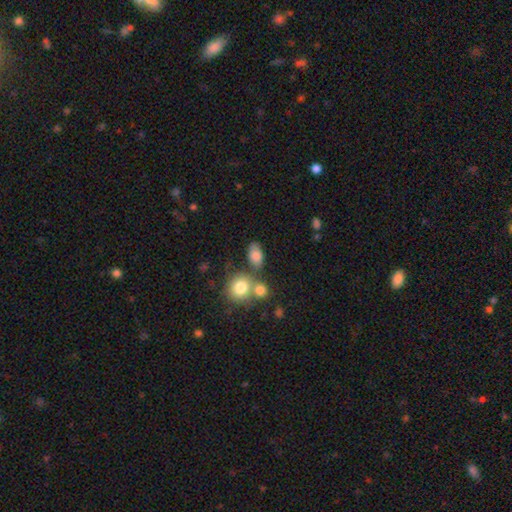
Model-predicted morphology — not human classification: This is clearly a smooth galaxy (80%). How rounded: likely in between (78%). Merging: possibly none (55%).